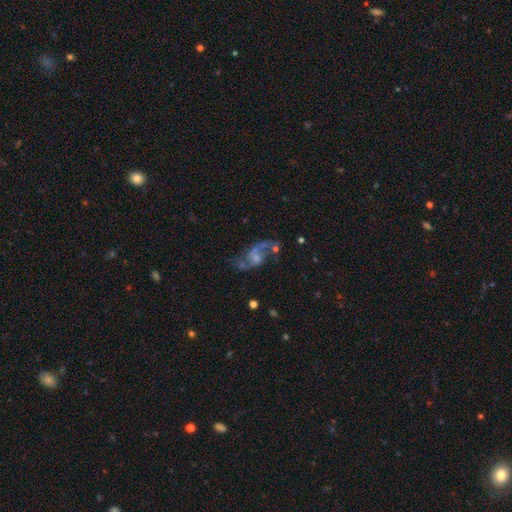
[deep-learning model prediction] Smooth or featured?
  - featured or disk: 75% *
  - smooth: 14%
  - star or artifact: 10%
Edge-on disk?
  - no: 97% *
  - yes: 3%
Bar?
  - no: 57% *
  - weak: 36%
  - strong: 7%
Spiral arms?
  - yes: 83% *
  - no: 17%
Spiral winding?
  - loose: 74% *
  - medium: 22%
  - tight: 4%
Spiral arm count?
  - 2: 81% *
  - 1: 10%
  - can't tell: 5%
  - 3: 1%
  - 4: 1%
  - more than 4: 1%
Bulge size?
  - small: 40% *
  - moderate: 27%
  - none: 27%
  - large: 4%
  - dominant: 2%
Merging?
  - none: 42% *
  - major disturbance: 26%
  - minor disturbance: 18%
  - merger: 14%